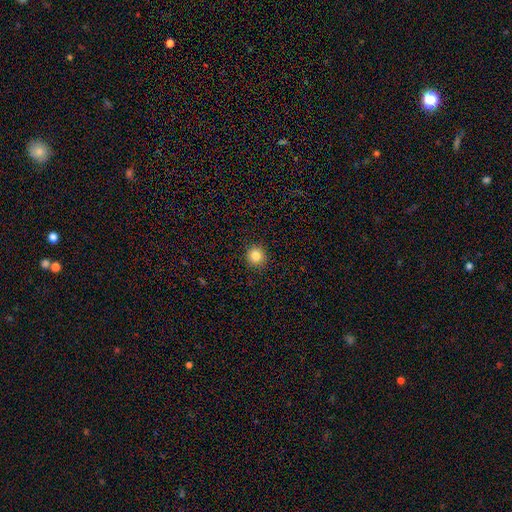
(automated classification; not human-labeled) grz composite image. It shows a smooth galaxy with no disk features (83%) that is round (93%). Merging: none (92%).